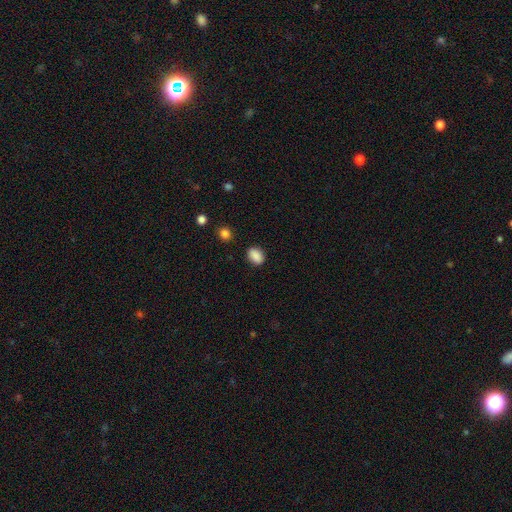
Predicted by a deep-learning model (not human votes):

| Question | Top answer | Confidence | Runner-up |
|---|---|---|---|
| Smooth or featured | smooth | 88% | star or artifact (9%) |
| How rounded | in between | 73% | round (25%) |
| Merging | none | 84% | minor disturbance (11%) |